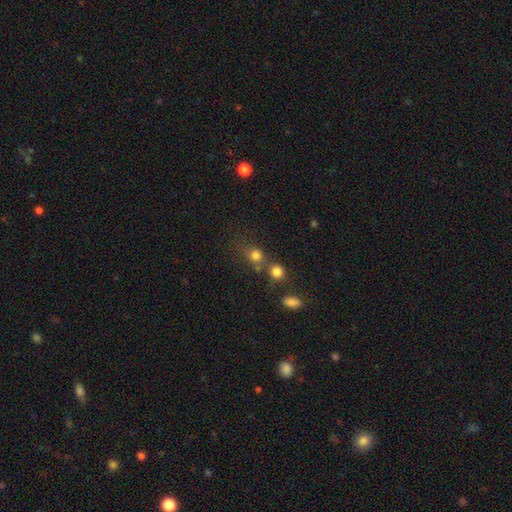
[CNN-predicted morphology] This is likely a smooth galaxy (75%). How rounded: likely round (80%). Merging: possibly none (49%).